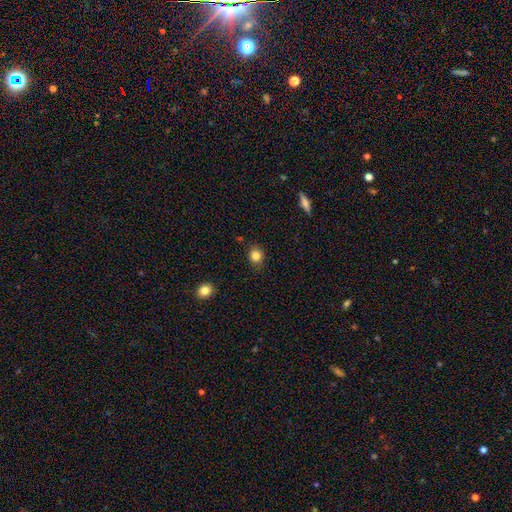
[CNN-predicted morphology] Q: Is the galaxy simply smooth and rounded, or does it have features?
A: smooth — 84%.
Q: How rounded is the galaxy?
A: round — 78%.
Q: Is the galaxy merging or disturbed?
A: none — 85%.